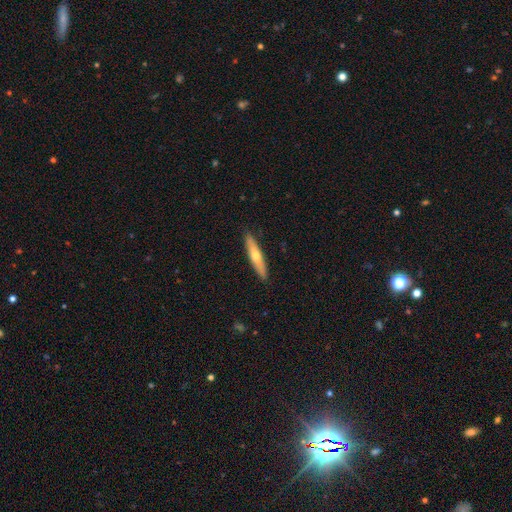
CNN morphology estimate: type=smooth (52%); roundness=cigar-shaped (87%); merging=none (90%).